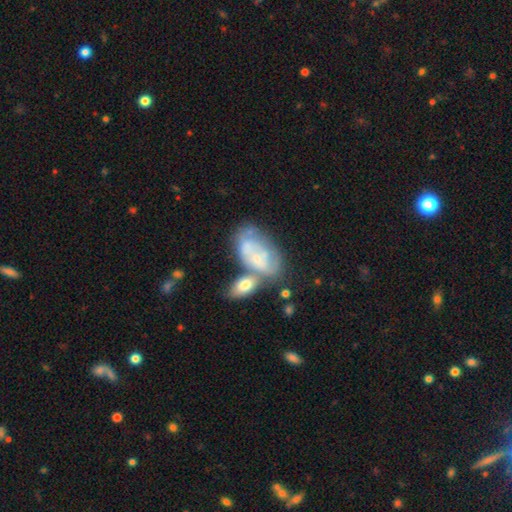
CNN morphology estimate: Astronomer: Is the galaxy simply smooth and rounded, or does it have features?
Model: featured or disk — 57% (runner-up: smooth, 36%).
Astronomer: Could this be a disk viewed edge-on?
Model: no — 95%.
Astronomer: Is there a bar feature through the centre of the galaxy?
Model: no — 81%.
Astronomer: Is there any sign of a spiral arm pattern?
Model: no — 56% (runner-up: yes, 44%).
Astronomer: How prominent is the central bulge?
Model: small — 62%.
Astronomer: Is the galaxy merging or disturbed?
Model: merger — 44% (runner-up: none, 26%).